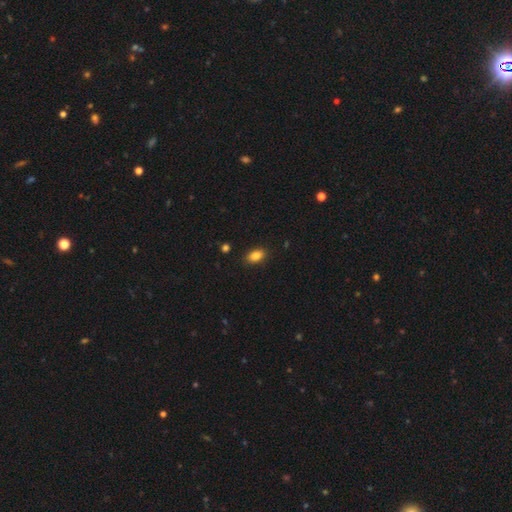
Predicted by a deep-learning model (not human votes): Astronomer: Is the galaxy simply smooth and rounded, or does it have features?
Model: smooth — 86%.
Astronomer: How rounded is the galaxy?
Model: in between — 88%.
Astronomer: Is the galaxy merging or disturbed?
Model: none — 88%.